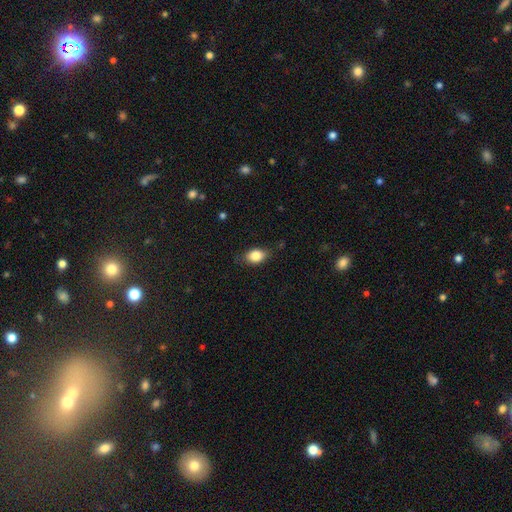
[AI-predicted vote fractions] Q: Smooth or featured?
A: smooth (84%); runner-up: featured or disk (8%)
Q: How rounded?
A: in between (78%); runner-up: round (20%)
Q: Merging?
A: none (76%); runner-up: minor disturbance (19%)